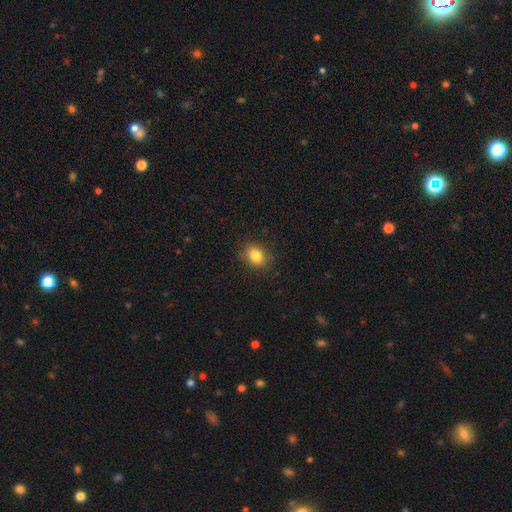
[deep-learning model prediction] smooth 84%, star or artifact 10%, featured or disk 6%. Down the decision tree: how rounded — in between (53%); merging — none (83%).